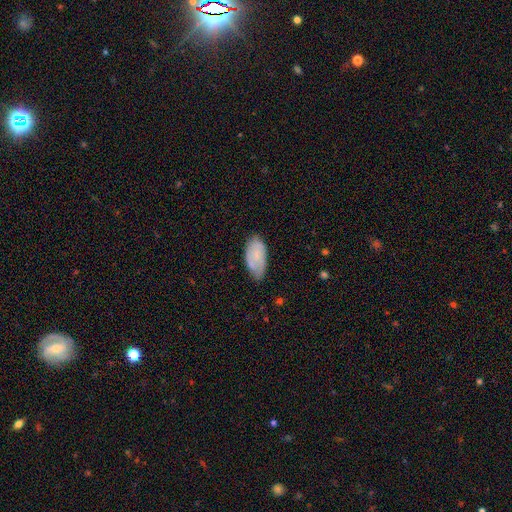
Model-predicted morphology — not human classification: This appears to be a smooth galaxy with no disk features (57%) that is in between round and cigar-shaped (93%). Merging: none (63%).